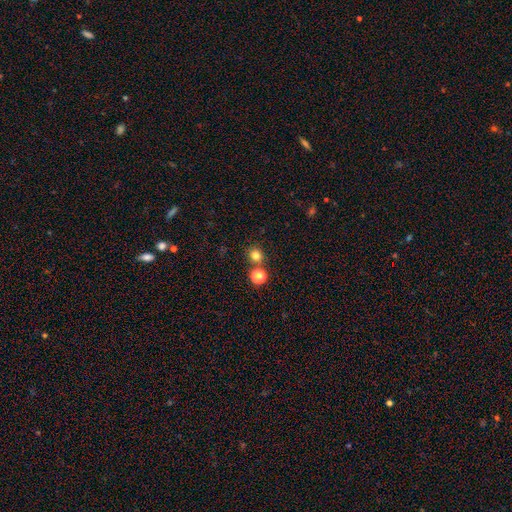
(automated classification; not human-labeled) The model was most divided on "smooth or featured": smooth: 79%, star or artifact: 16%, featured or disk: 5%. More confident: how rounded — round (86%); merging — none (78%).